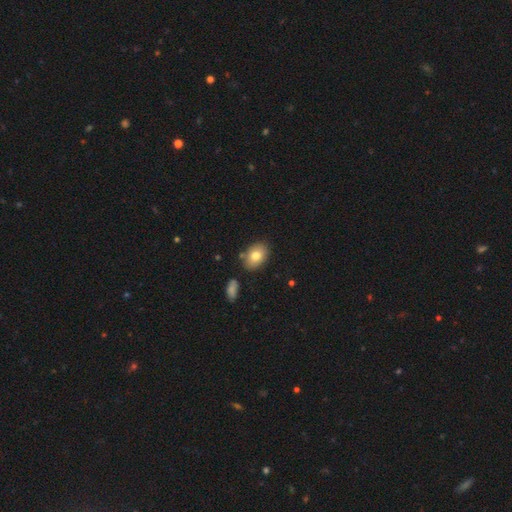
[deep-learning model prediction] Overall: smooth (78%). How rounded: in between (78%). Merging: none (80%).